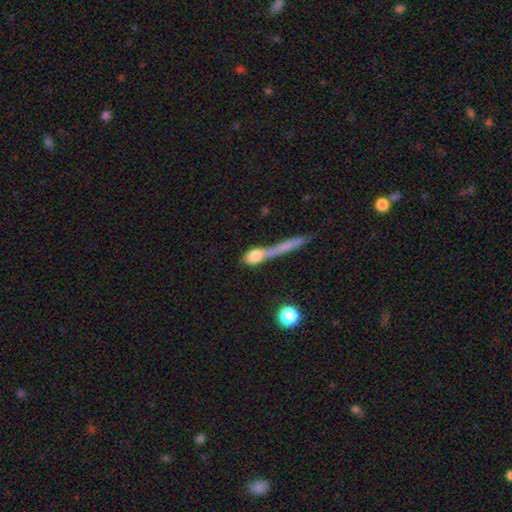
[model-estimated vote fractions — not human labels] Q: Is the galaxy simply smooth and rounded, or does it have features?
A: smooth — 70%.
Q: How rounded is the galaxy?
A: in between — 47%.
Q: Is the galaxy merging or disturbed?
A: merger — 40%.